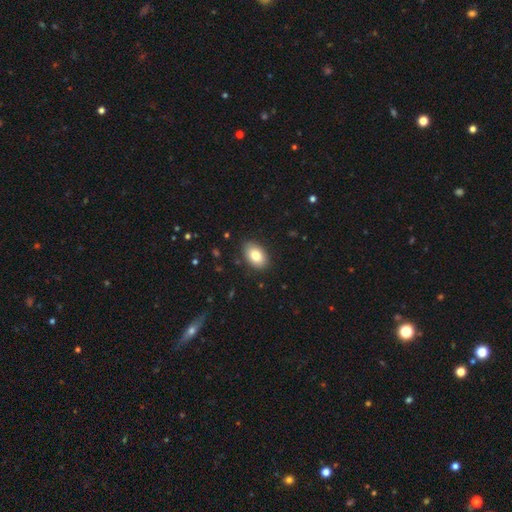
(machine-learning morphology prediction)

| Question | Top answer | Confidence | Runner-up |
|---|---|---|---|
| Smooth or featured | smooth | 81% | featured or disk (11%) |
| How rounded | in between | 89% | round (10%) |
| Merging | none | 87% | minor disturbance (9%) |